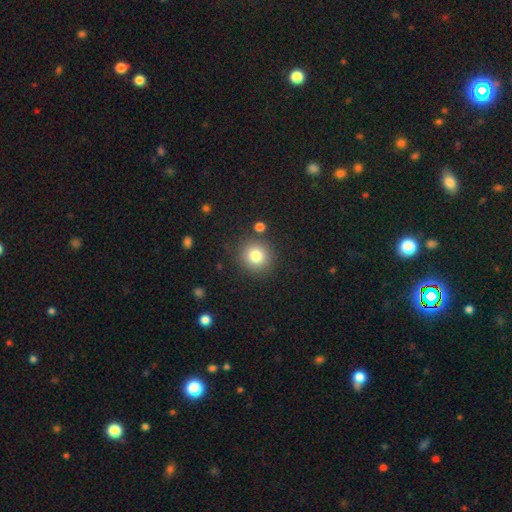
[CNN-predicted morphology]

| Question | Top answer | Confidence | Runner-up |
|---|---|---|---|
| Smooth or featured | smooth | 80% | star or artifact (11%) |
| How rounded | round | 90% | in between (9%) |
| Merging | none | 86% | minor disturbance (8%) |